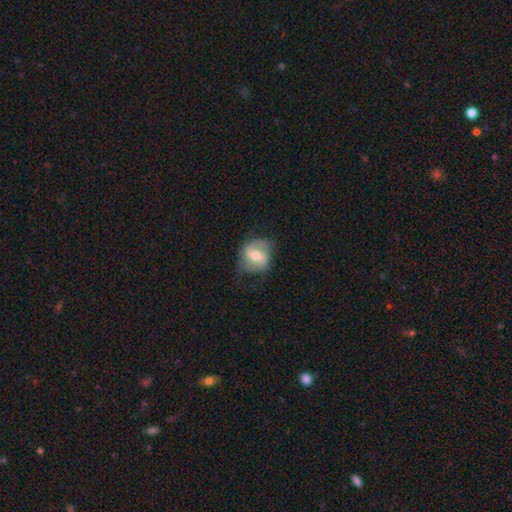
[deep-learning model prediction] The model was most divided on "bar": weak: 44%, strong: 39%, no: 17%. More confident: edge-on disk — no (96%); spiral arms — yes (75%); merging — none (65%); bulge size — moderate (61%); smooth or featured — featured or disk (61%).